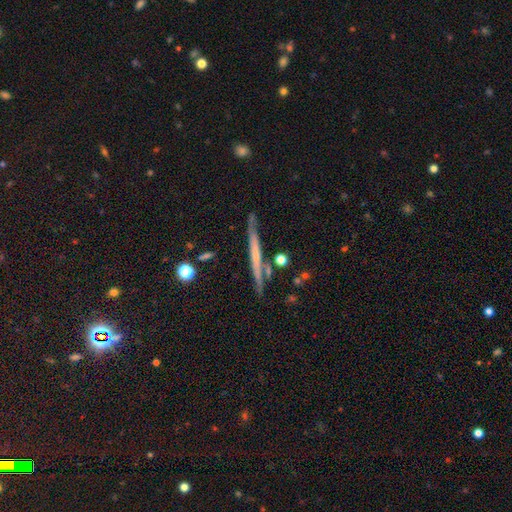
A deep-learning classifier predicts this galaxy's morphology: Smooth or featured?
  - featured or disk: 59% *
  - smooth: 34%
  - star or artifact: 7%
Edge-on disk?
  - yes: 95% *
  - no: 5%
Edge-on bulge?
  - none: 75% *
  - rounded: 18%
  - boxy: 6%
Merging?
  - none: 81% *
  - minor disturbance: 12%
  - merger: 4%
  - major disturbance: 3%